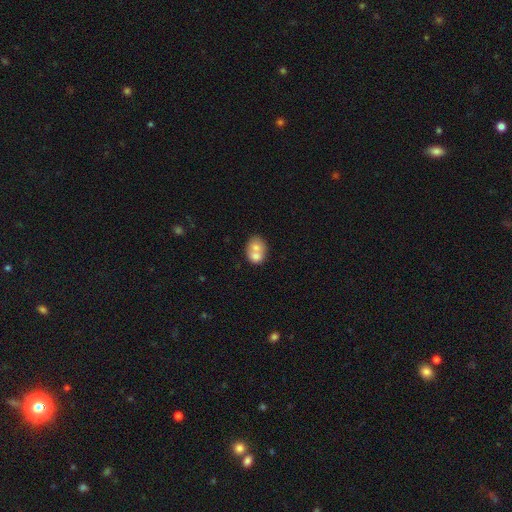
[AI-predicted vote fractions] A smooth galaxy with no disk features (67%) that is in between round and cigar-shaped (50%). Merging: merger (65%).